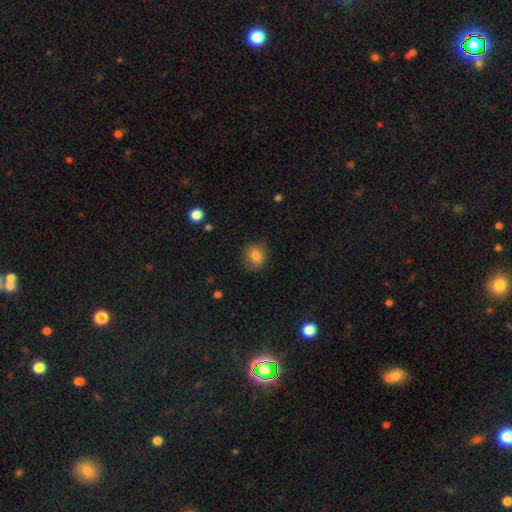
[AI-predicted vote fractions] Smooth or featured? Predicted: smooth (p=0.84). How rounded? Predicted: round (p=0.72). Merging? Predicted: none (p=0.80).